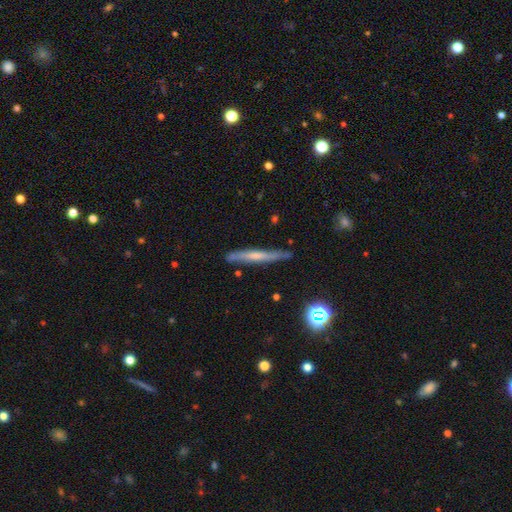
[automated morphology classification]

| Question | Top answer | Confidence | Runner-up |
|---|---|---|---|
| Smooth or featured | featured or disk | 54% | smooth (38%) |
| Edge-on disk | yes | 93% | no (7%) |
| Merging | none | 83% | minor disturbance (13%) |